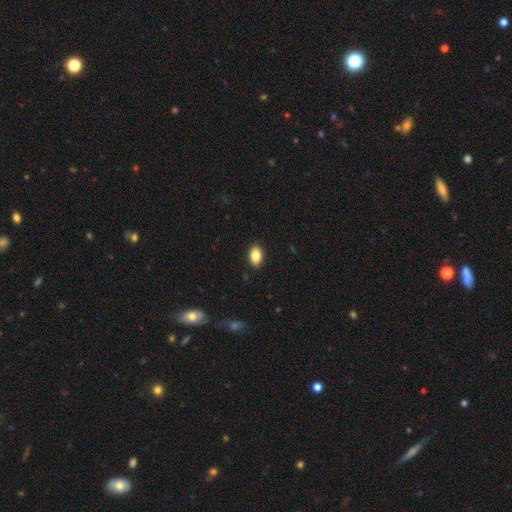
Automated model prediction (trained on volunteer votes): This appears to be a smooth galaxy with no disk features (86%) that is in between round and cigar-shaped (88%). Merging: none (90%).